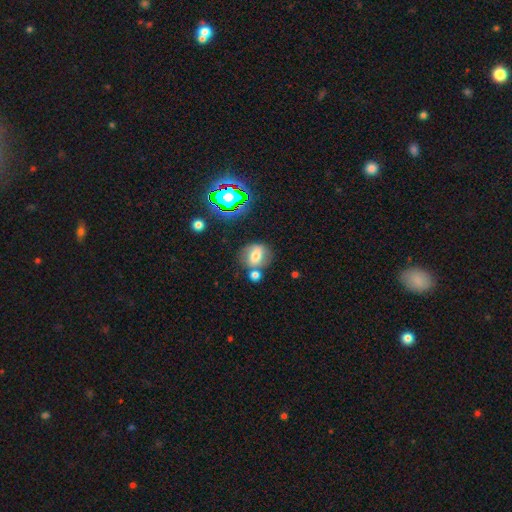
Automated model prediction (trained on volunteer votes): Smooth or featured? smooth (60%)
How rounded? round (59%)
Merging? none (60%)